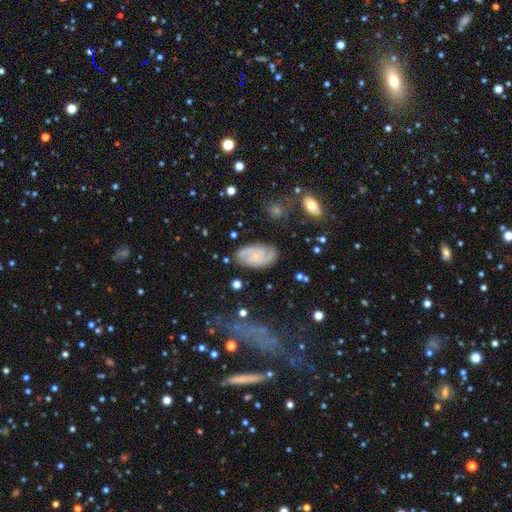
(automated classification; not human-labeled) Smooth or featured? Predicted: featured or disk (p=0.72). Edge-on disk? Predicted: no (p=0.97). Bar? Predicted: no (p=0.68). Spiral arms? Predicted: yes (p=0.94). Spiral winding? Predicted: tight (p=0.45). Spiral arm count? Predicted: 2 (p=0.52). Bulge size? Predicted: small (p=0.62). Merging? Predicted: none (p=0.74).